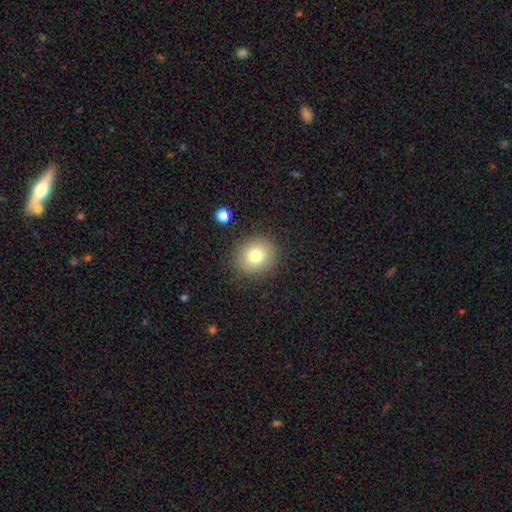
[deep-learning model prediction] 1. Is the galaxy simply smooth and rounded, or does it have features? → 78% smooth, 11% star or artifact, 11% featured or disk.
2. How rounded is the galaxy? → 80% round, 19% in between, 1% cigar-shaped.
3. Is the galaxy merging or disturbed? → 86% none, 9% minor disturbance, 3% major disturbance, 2% merger.